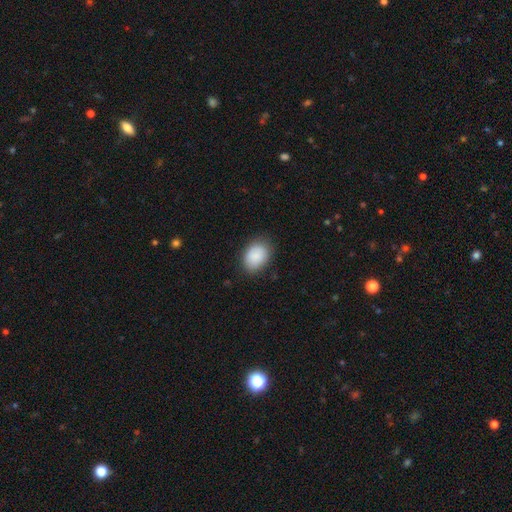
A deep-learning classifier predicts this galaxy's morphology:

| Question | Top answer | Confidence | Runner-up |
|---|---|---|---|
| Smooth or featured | smooth | 88% | star or artifact (7%) |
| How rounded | in between | 76% | round (23%) |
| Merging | none | 82% | minor disturbance (14%) |